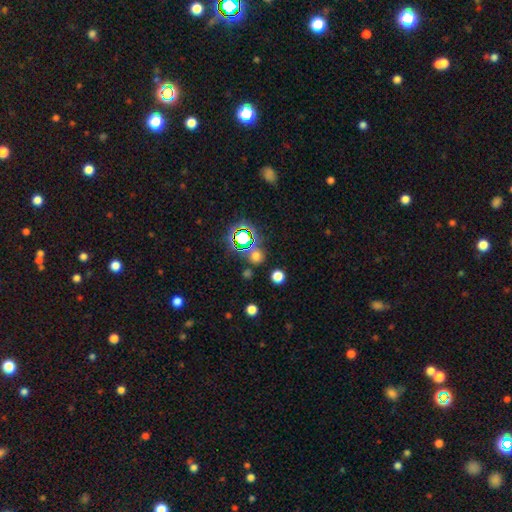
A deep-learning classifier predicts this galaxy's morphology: A smooth galaxy with no disk features (54%) that is round (84%). Merging: none (76%).